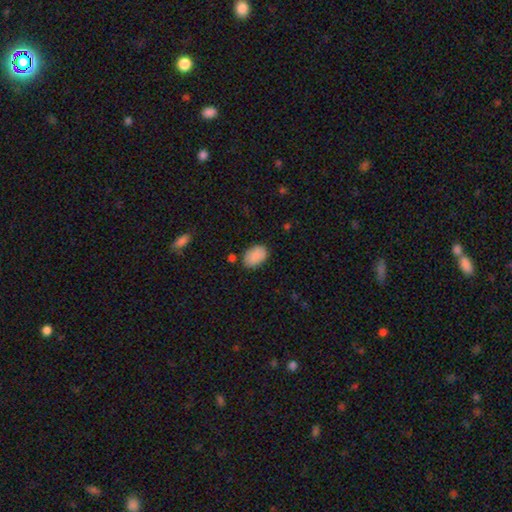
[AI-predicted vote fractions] The model was most divided on "merging": none: 79%, minor disturbance: 14%, major disturbance: 3%, merger: 3%. More confident: how rounded — in between (90%); smooth or featured — smooth (89%).